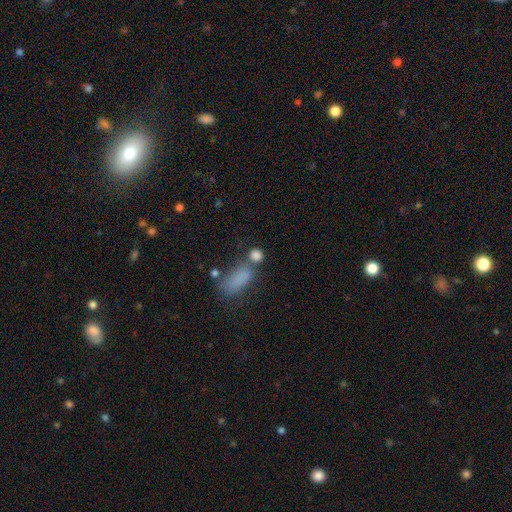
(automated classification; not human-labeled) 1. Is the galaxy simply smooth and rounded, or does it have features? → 82% smooth, 11% star or artifact, 7% featured or disk.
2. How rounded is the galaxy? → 52% round, 42% in between, 6% cigar-shaped.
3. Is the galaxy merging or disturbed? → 55% none, 23% merger, 14% minor disturbance, 9% major disturbance.